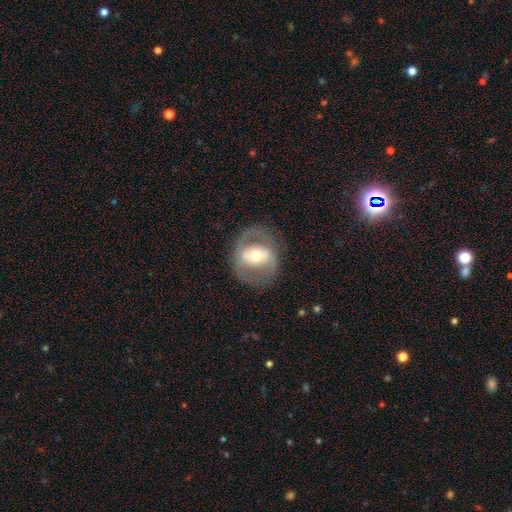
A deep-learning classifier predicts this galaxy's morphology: This is likely a featured or disk galaxy (68%). It is clearly not viewed edge-on (94%). Bar: marginally strong (35%). Spiral arm pattern: possibly no (51%). Central bulge: likely moderate (68%). Merging: likely none (75%).